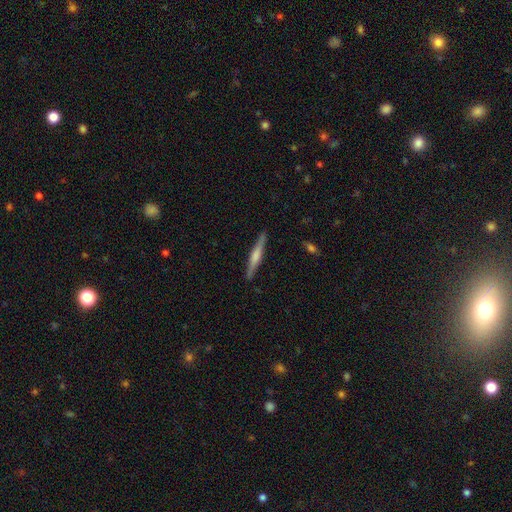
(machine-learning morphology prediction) featured or disk 61%, smooth 33%, star or artifact 5%. Down the decision tree: edge-on disk — yes (98%); edge-on bulge — rounded (54%); merging — none (90%).